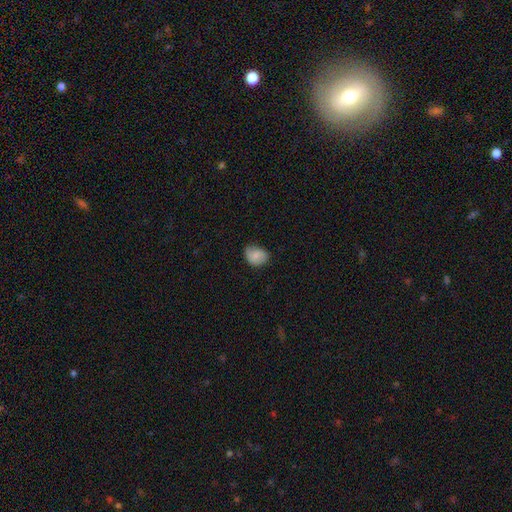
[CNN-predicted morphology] Smooth or featured: smooth — 73% (featured or disk — 19%)
How rounded: in between — 53% (round — 46%)
Merging: none — 64% (minor disturbance — 29%)